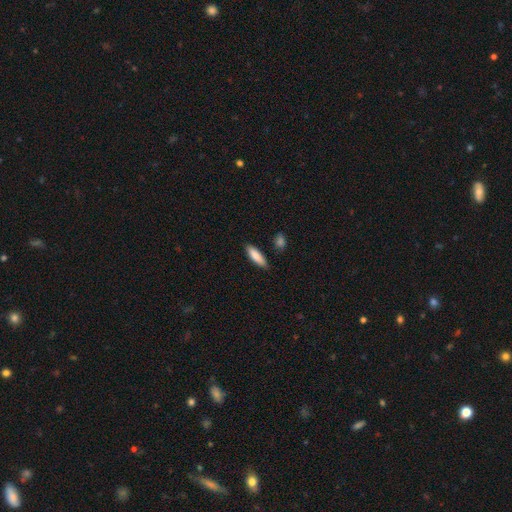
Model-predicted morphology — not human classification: type=smooth (85%); roundness=in between (50%); merging=none (83%).